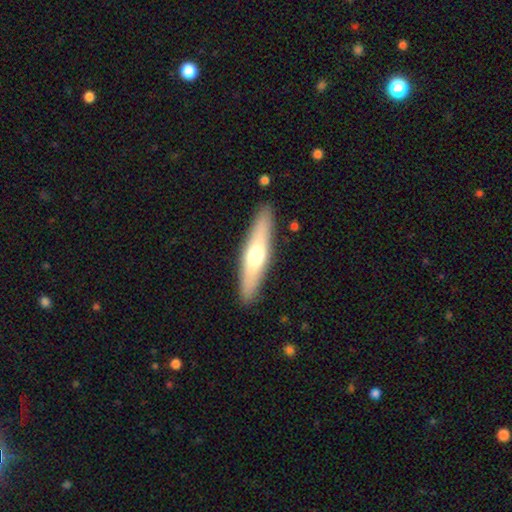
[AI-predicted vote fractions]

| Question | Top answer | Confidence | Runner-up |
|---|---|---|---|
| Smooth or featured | smooth | 51% | featured or disk (44%) |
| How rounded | cigar-shaped | 80% | in between (19%) |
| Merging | none | 89% | minor disturbance (8%) |